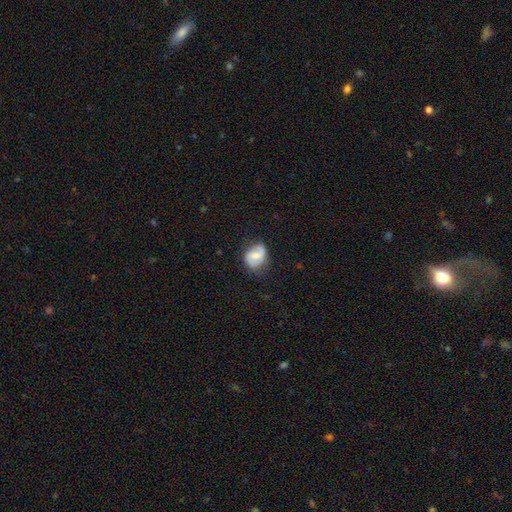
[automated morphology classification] This is possibly a smooth galaxy (50%). Merging: likely none (67%).